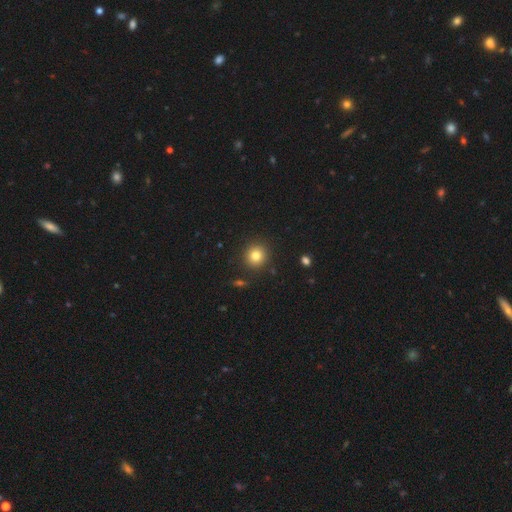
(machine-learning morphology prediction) A smooth galaxy with no disk features (82%) that is round (90%). Merging: none (89%).